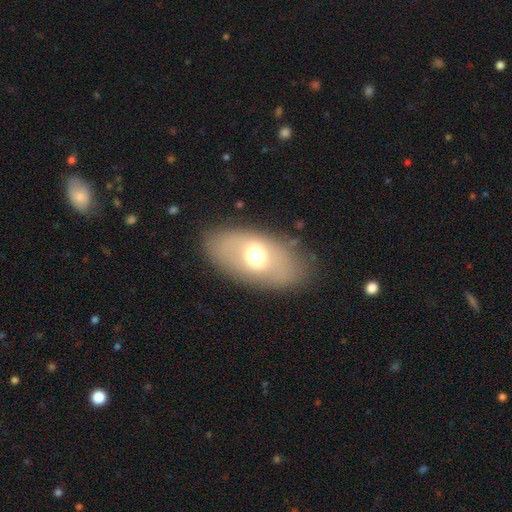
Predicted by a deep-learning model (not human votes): This is possibly a smooth galaxy (55%). How rounded: clearly in between (87%). Merging: clearly none (80%).